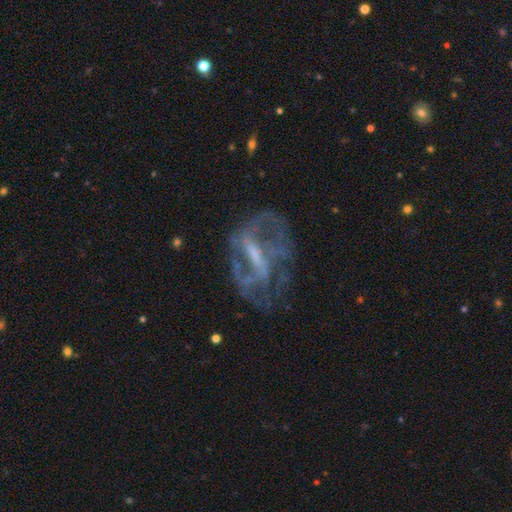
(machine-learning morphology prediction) A featured or disk galaxy (78%) with a strong bar (40%), spiral arms (60%) and a small central bulge (37%).

Vote fractions:
- Smooth or featured? featured or disk: 78% / smooth: 11% / star or artifact: 11%
- Edge-on disk? no: 94% / yes: 6%
- Bar? strong: 40% / weak: 39% / no: 22%
- Spiral arms? yes: 60% / no: 40%
- Bulge size? small: 37% / none: 30% / moderate: 28% / large: 4% / dominant: 1%
- Merging? none: 48% / major disturbance: 31% / minor disturbance: 18% / merger: 4%